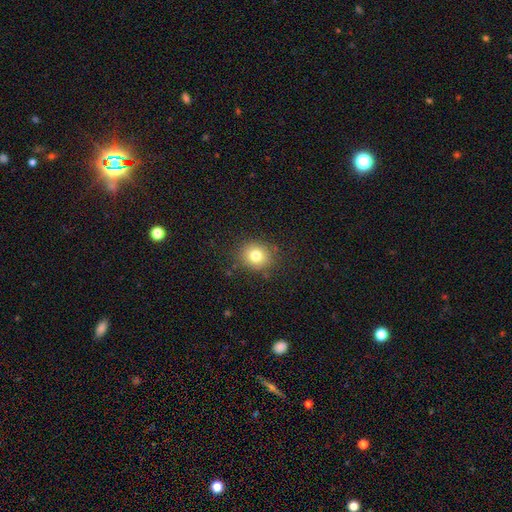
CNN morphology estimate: Smooth or featured? Predicted: smooth (p=0.77). How rounded? Predicted: round (p=0.82). Merging? Predicted: none (p=0.86).